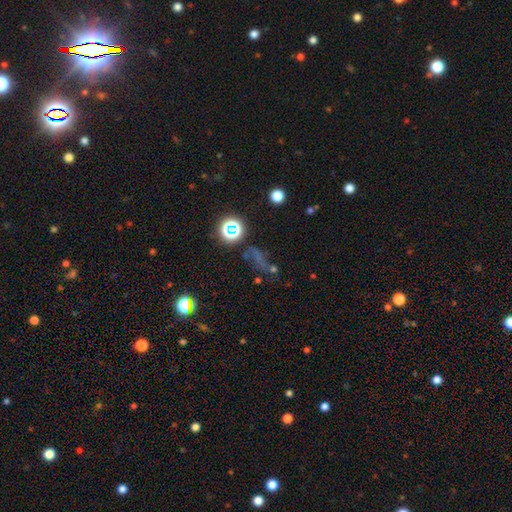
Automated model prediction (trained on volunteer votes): Overall: star or artifact (51%; smooth 32%).